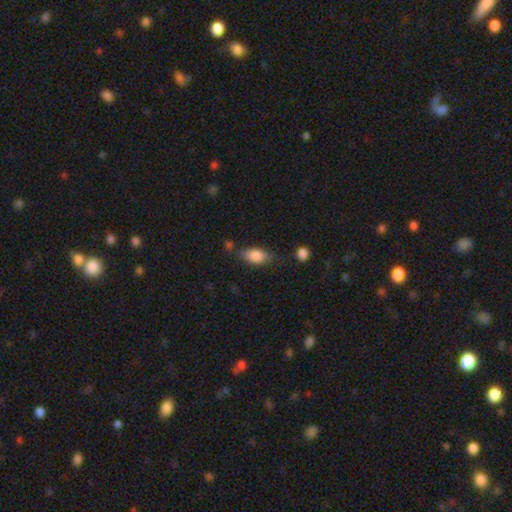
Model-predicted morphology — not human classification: smooth_or_featured: smooth (p=0.84) [alt: featured or disk p=0.08]
how_rounded: in between (p=0.89) [alt: round p=0.06]
merging: none (p=0.67) [alt: minor disturbance p=0.21]